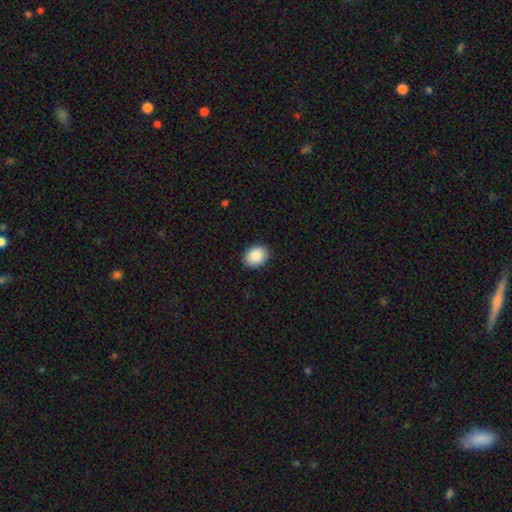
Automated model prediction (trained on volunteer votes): Q: Smooth or featured?
A: smooth (89%); runner-up: star or artifact (7%)
Q: How rounded?
A: in between (57%); runner-up: round (42%)
Q: Merging?
A: none (89%); runner-up: minor disturbance (8%)